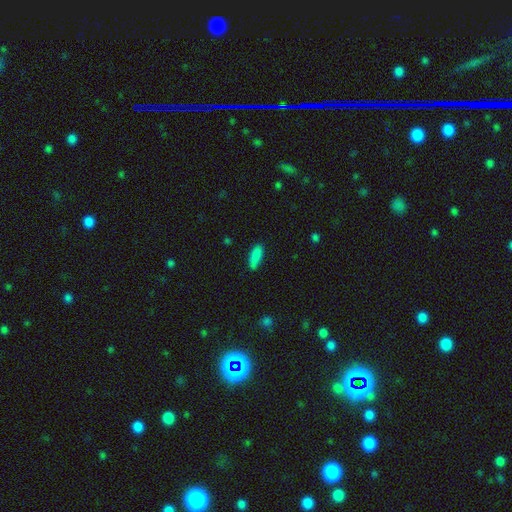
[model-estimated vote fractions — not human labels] This appears to be a smooth galaxy with no disk features (87%) that is in between round and cigar-shaped (61%). Merging: none (80%).